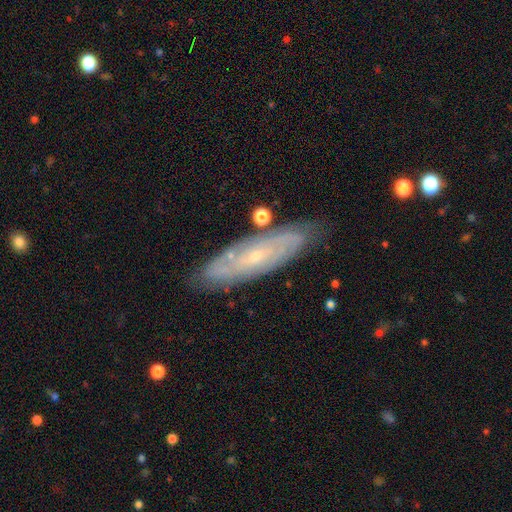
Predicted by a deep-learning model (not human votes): Smooth or featured: featured or disk — 73% (smooth — 20%)
Edge-on disk: no — 74% (yes — 26%)
Bar: no — 71% (weak — 23%)
Spiral arms: yes — 84% (no — 16%)
Bulge size: small — 80% (moderate — 16%)
Merging: none — 82% (minor disturbance — 13%)